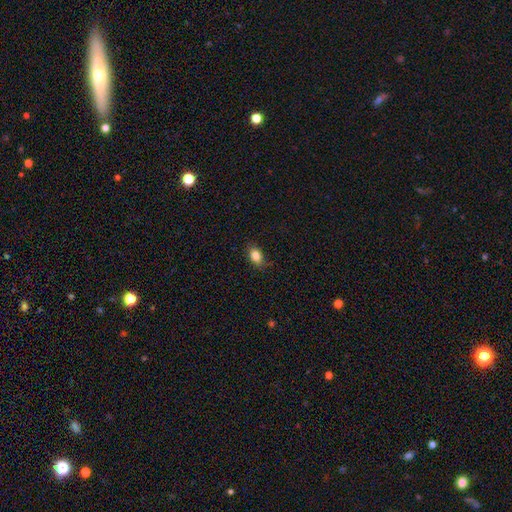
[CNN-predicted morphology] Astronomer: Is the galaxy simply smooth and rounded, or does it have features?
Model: smooth — 85%.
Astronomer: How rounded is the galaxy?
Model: in between — 79%.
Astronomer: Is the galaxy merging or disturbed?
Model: none — 80%.